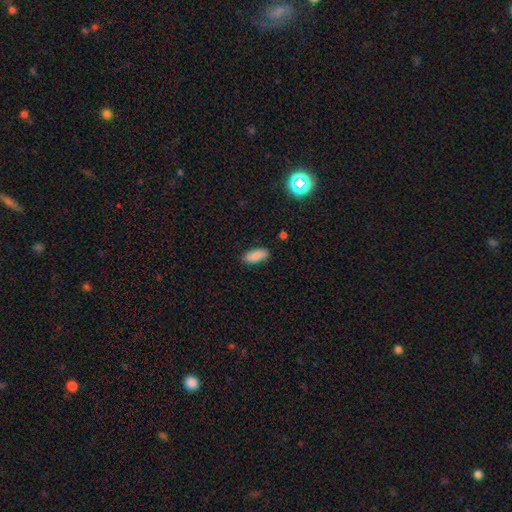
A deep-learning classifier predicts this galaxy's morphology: A smooth galaxy with no disk features (87%) that is in between round and cigar-shaped (83%).

Vote fractions:
- Smooth or featured? smooth: 87% / star or artifact: 8% / featured or disk: 6%
- How rounded? in between: 83% / cigar-shaped: 15% / round: 2%
- Merging? none: 86% / minor disturbance: 10% / major disturbance: 2% / merger: 1%